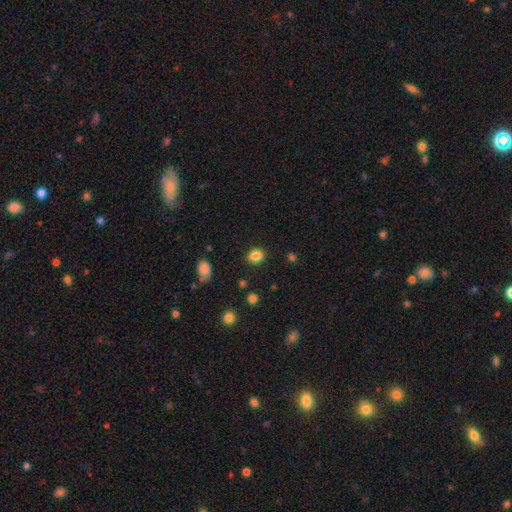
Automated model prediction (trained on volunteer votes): Overall: smooth (86%). How rounded: round (55%; in between 44%). Merging: none (88%).